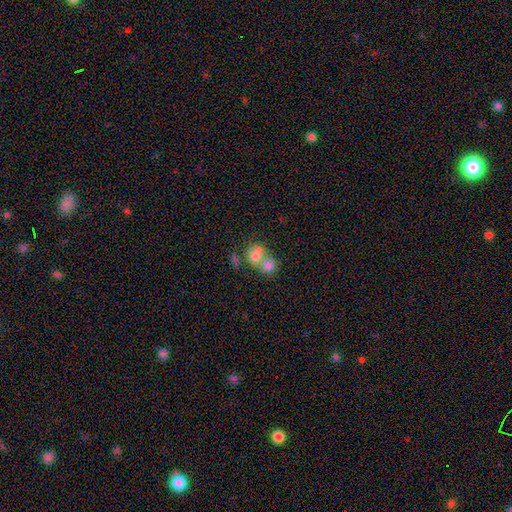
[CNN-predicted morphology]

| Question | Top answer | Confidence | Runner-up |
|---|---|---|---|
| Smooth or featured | smooth | 73% | featured or disk (16%) |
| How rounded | round | 72% | in between (27%) |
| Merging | merger | 64% | none (26%) |